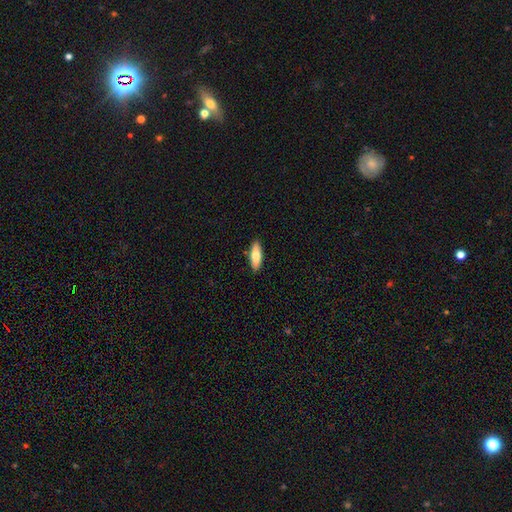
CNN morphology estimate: Smooth or featured? Predicted: smooth (p=0.75). How rounded? Predicted: in between (p=0.62). Merging? Predicted: none (p=0.88).